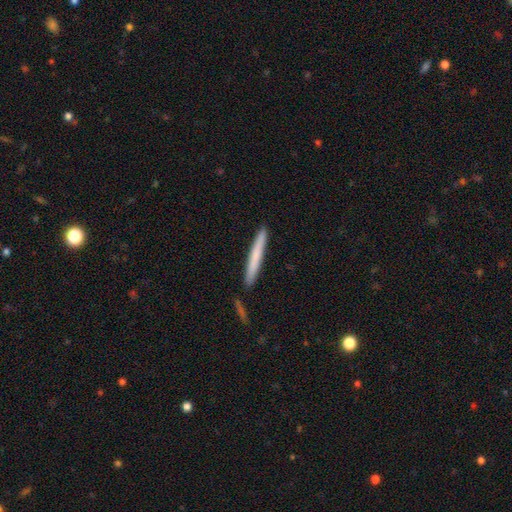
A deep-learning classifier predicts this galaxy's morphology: A smooth galaxy with no disk features (67%) that is cigar-shaped (97%).

Vote fractions:
- Smooth or featured? smooth: 67% / featured or disk: 28% / star or artifact: 6%
- How rounded? cigar-shaped: 97% / in between: 2% / round: 1%
- Merging? none: 88% / minor disturbance: 8% / merger: 3% / major disturbance: 2%